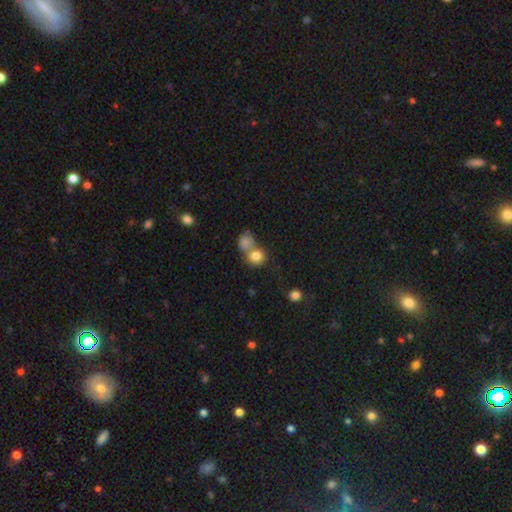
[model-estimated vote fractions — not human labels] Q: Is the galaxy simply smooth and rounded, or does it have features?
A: smooth — 80%.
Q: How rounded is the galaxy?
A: round — 80%.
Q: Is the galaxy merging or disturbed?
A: merger — 46%.